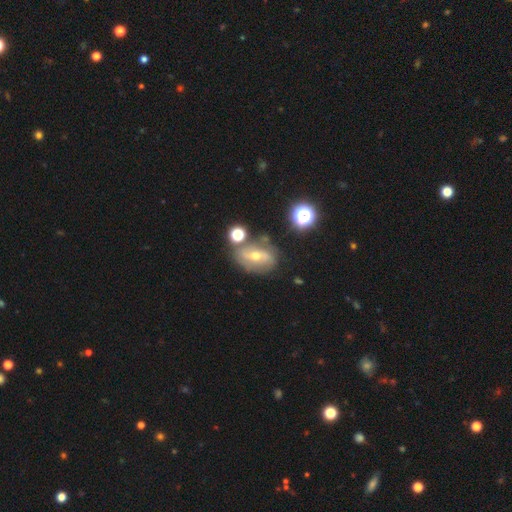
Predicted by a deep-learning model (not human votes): Smooth or featured? Predicted: featured or disk (p=0.64). Edge-on disk? Predicted: no (p=0.91). Bar? Predicted: strong (p=0.40). Spiral arms? Predicted: yes (p=0.63). Bulge size? Predicted: moderate (p=0.58). Merging? Predicted: none (p=0.63).